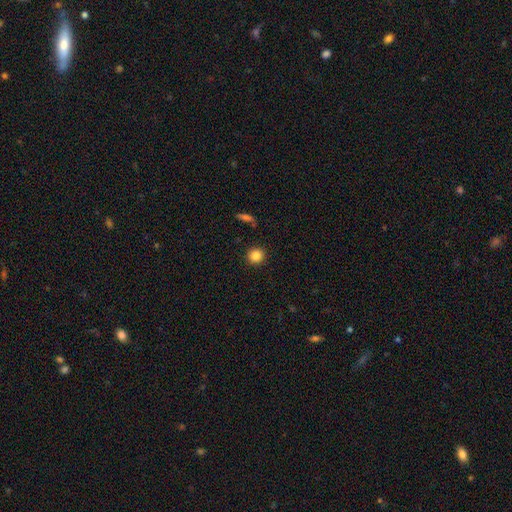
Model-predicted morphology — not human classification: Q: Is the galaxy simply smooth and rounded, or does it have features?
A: smooth — 85%.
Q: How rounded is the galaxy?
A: round — 93%.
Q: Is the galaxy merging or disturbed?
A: none — 91%.